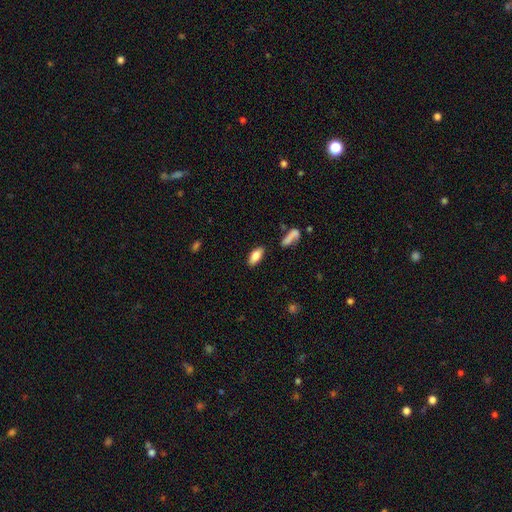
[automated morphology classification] Smooth or featured?
  - smooth: 79% *
  - featured or disk: 14%
  - star or artifact: 7%
How rounded?
  - in between: 84% *
  - cigar-shaped: 13%
  - round: 2%
Merging?
  - none: 84% *
  - minor disturbance: 10%
  - merger: 3%
  - major disturbance: 3%